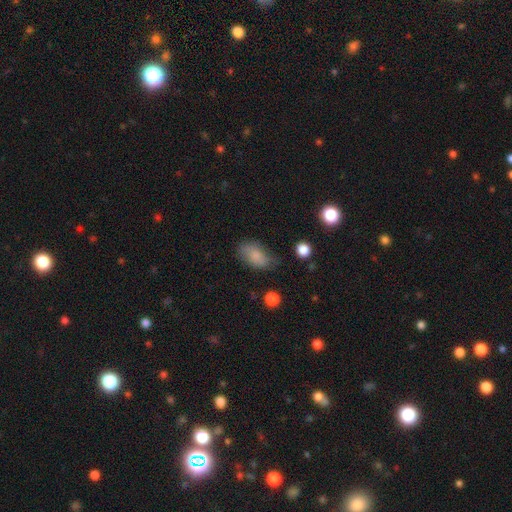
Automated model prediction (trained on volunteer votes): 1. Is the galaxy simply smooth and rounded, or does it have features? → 81% smooth, 11% featured or disk, 8% star or artifact.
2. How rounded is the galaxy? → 91% in between, 6% round, 3% cigar-shaped.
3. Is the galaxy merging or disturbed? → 63% none, 27% minor disturbance, 8% major disturbance, 2% merger.